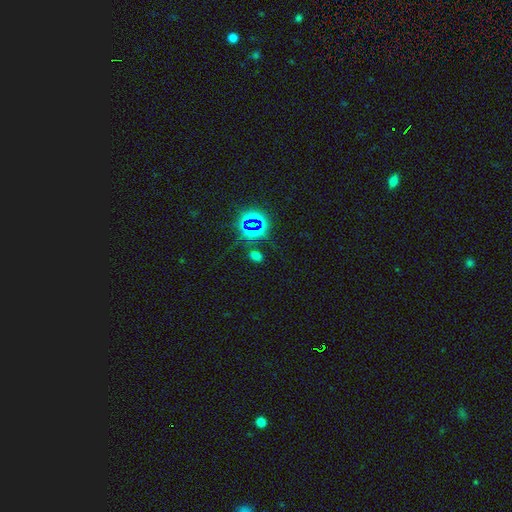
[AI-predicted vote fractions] smooth 49%, star or artifact 45%, featured or disk 7%. Down the decision tree: merging — none (76%).